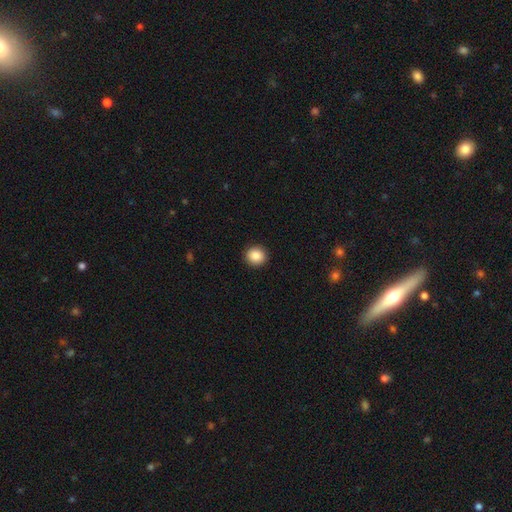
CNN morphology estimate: smooth_or_featured: smooth (p=0.87) [alt: star or artifact p=0.09]
how_rounded: round (p=0.89) [alt: in between p=0.10]
merging: none (p=0.92) [alt: minor disturbance p=0.05]